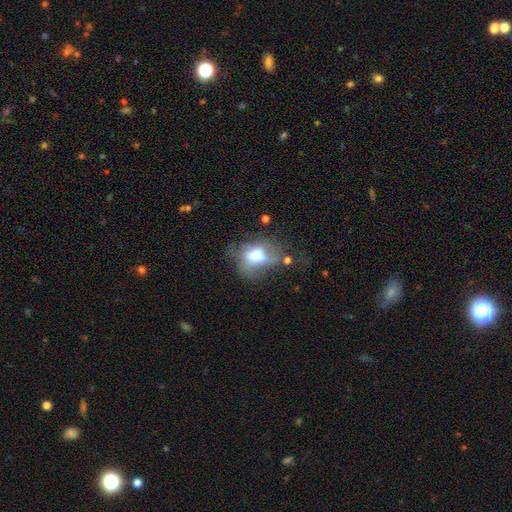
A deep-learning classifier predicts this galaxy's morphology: Smooth or featured? smooth (54%)
How rounded? in between (70%)
Merging? major disturbance (38%)